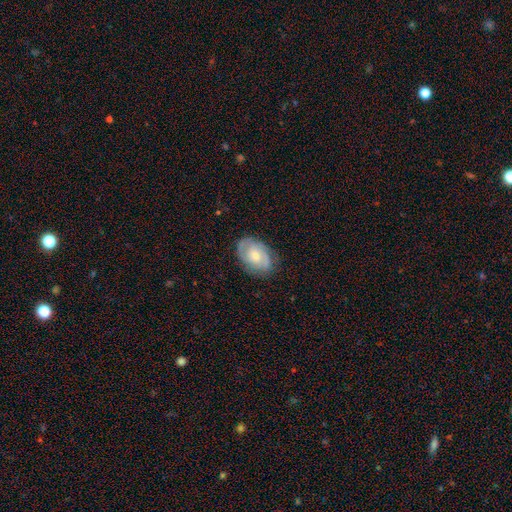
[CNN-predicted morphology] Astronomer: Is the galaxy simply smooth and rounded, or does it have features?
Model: featured or disk — 63%.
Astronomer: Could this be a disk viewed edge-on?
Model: no — 96%.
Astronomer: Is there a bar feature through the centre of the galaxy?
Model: no — 66%.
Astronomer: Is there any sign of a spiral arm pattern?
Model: yes — 84%.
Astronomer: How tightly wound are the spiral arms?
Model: tight — 48% (runner-up: medium, 39%).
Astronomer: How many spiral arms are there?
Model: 2 — 53%.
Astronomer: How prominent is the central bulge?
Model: small — 48% (runner-up: moderate, 47%).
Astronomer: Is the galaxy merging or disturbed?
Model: none — 76%.